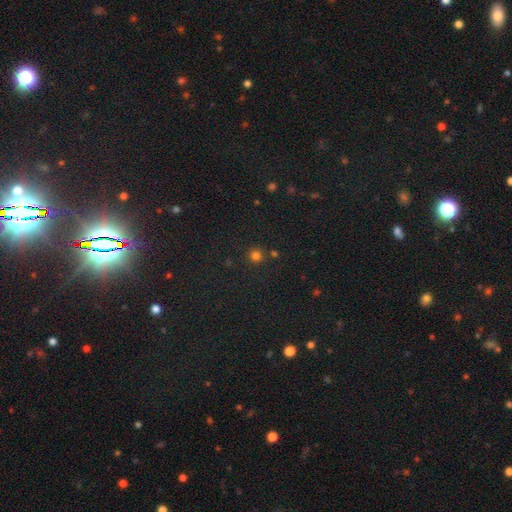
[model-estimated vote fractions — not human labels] smooth 75%, star or artifact 20%, featured or disk 5%. Down the decision tree: how rounded — round (94%); merging — none (83%).